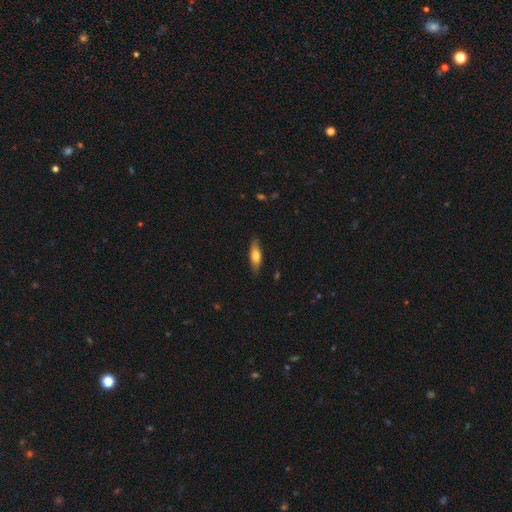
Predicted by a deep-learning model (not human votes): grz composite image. It shows a smooth galaxy with no disk features (67%) that is in between round and cigar-shaped (54%). Merging: none (82%).